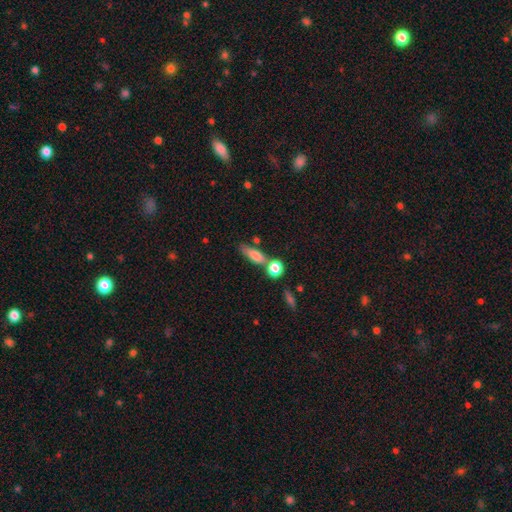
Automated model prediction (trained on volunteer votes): A smooth galaxy with no disk features (74%) that is in between round and cigar-shaped (49%). Merging: none (50%).